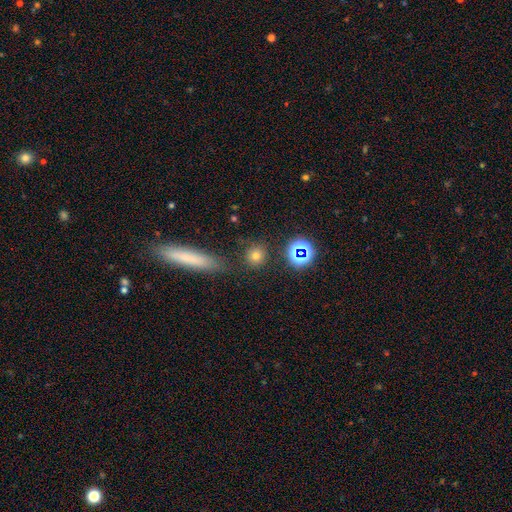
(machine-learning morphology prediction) Smooth or featured? smooth (73%)
How rounded? round (88%)
Merging? none (83%)